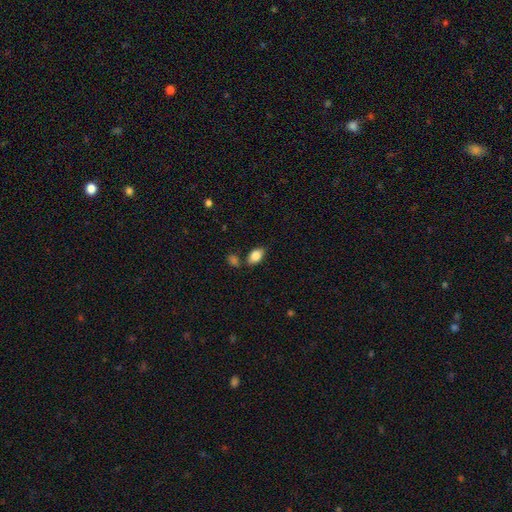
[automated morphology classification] Smooth or featured? smooth (84%)
How rounded? in between (90%)
Merging? none (77%)